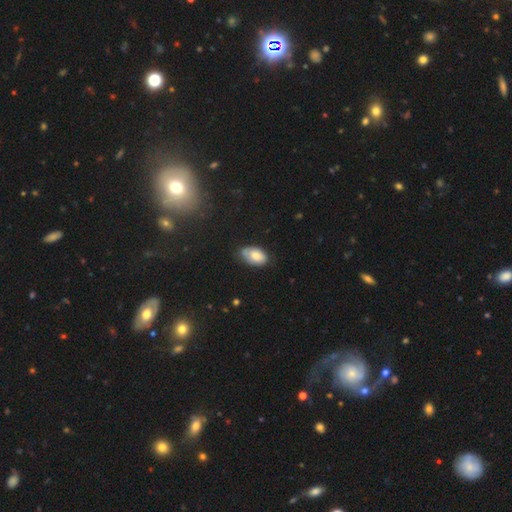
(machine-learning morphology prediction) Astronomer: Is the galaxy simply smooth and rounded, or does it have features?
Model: smooth — 73%.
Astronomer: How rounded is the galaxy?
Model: in between — 92%.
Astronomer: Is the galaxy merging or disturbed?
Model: none — 56% (runner-up: minor disturbance, 34%).